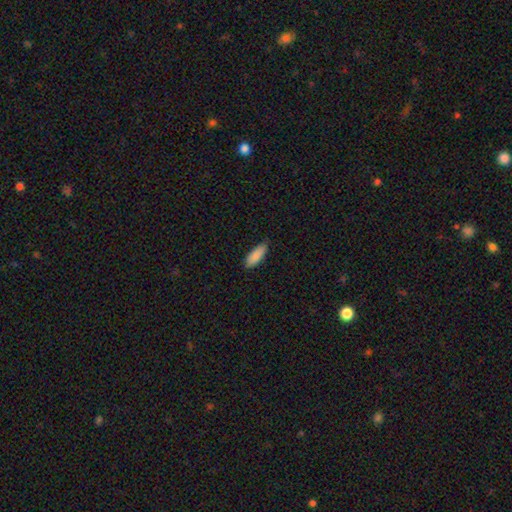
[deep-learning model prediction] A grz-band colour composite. It shows a smooth galaxy with no disk features (88%) that is in between round and cigar-shaped (70%). Merging: none (80%).